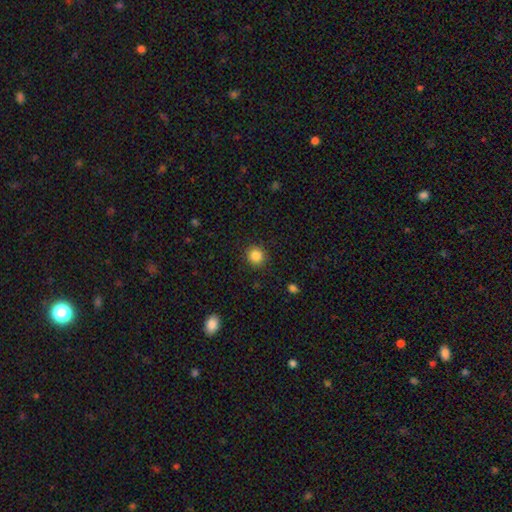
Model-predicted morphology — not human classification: smooth 85%, star or artifact 10%, featured or disk 4%. Down the decision tree: how rounded — round (92%); merging — none (91%).